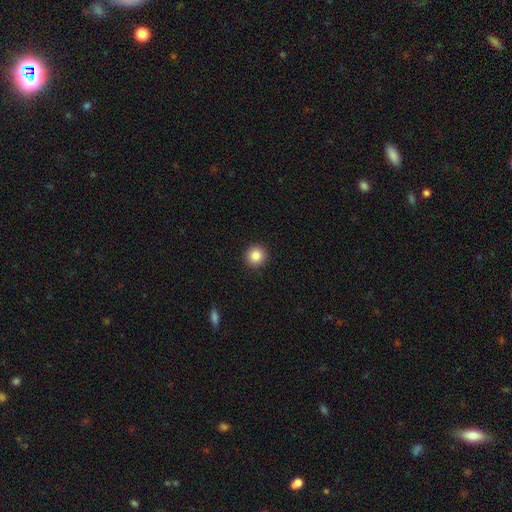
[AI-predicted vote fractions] smooth-or-featured: smooth: 86% | star or artifact: 9% | featured or disk: 5%
  how-rounded: round: 94% | in between: 5% | cigar-shaped: 1%
  merging: none: 92% | minor disturbance: 5% | major disturbance: 2% | merger: 1%